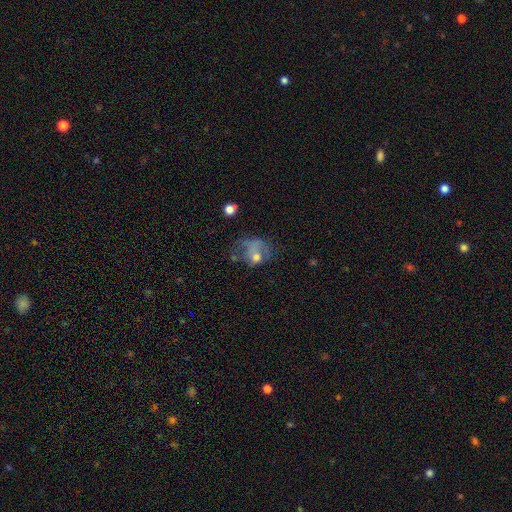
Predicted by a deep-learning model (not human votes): Smooth or featured?
  - smooth: 44% *
  - featured or disk: 40%
  - star or artifact: 17%
Merging?
  - major disturbance: 44% *
  - none: 26%
  - minor disturbance: 21%
  - merger: 8%